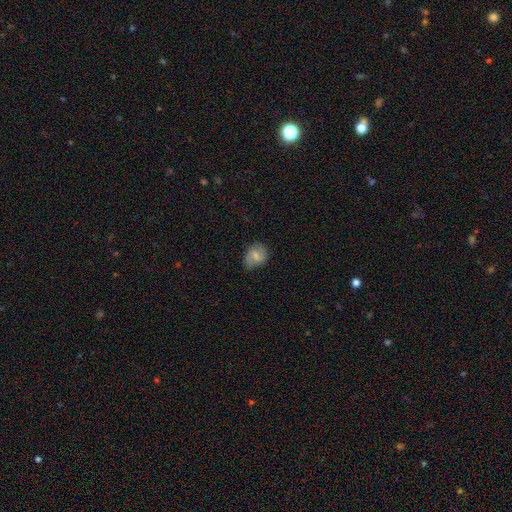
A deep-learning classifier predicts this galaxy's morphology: Smooth or featured?
  - featured or disk: 46% * (tied)
  - smooth: 46% * (tied)
  - star or artifact: 8%
Merging?
  - none: 71% *
  - minor disturbance: 22%
  - major disturbance: 6%
  - merger: 1%